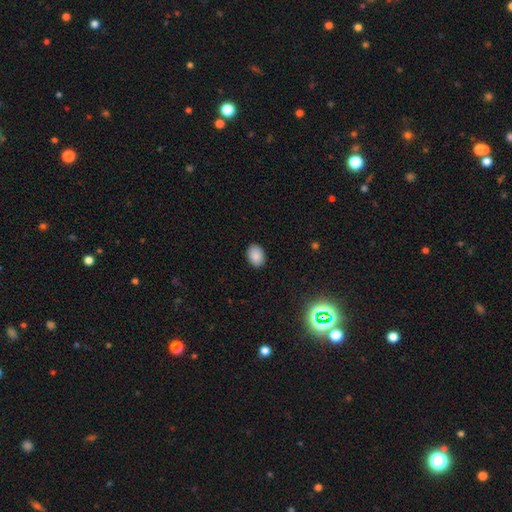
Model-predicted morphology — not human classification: smooth_or_featured: smooth (p=0.87) [alt: star or artifact p=0.09]
how_rounded: in between (p=0.76) [alt: round p=0.23]
merging: none (p=0.89) [alt: minor disturbance p=0.08]